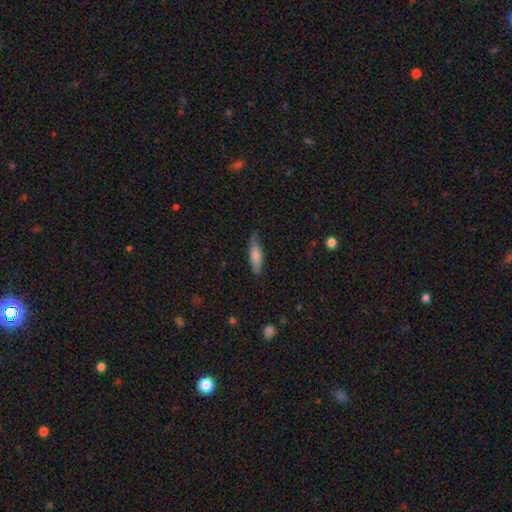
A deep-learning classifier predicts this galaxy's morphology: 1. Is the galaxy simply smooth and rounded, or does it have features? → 76% smooth, 18% featured or disk, 6% star or artifact.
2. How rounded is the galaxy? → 53% in between, 45% cigar-shaped, 2% round.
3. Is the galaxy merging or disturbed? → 69% none, 25% minor disturbance, 5% major disturbance, 1% merger.